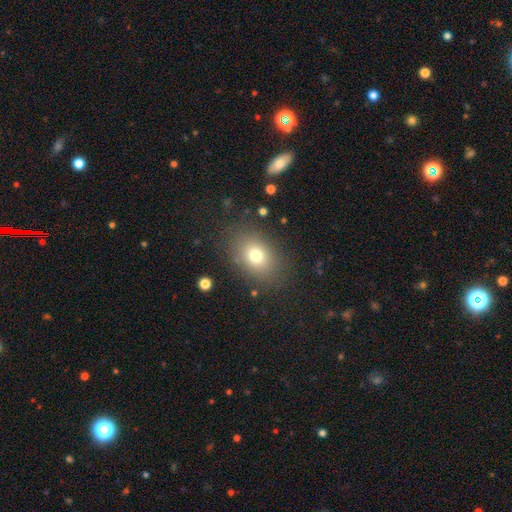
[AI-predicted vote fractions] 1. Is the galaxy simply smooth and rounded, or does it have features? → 74% smooth, 13% star or artifact, 13% featured or disk.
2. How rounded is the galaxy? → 67% in between, 32% round, 1% cigar-shaped.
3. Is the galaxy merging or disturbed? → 82% none, 11% minor disturbance, 5% major disturbance, 2% merger.